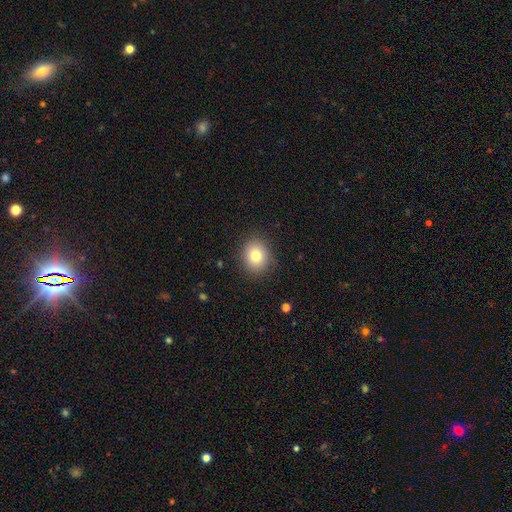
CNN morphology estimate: The model was most divided on "how rounded": round: 70%, in between: 29%, cigar-shaped: 1%. More confident: merging — none (86%); smooth or featured — smooth (78%).